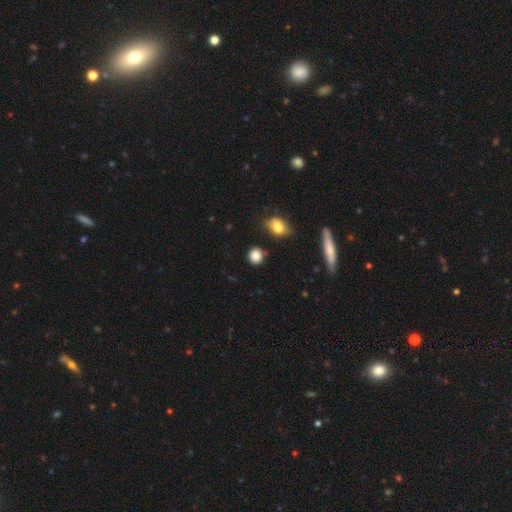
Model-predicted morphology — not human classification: Smooth or featured: smooth — 84% (star or artifact — 11%)
How rounded: round — 85% (in between — 13%)
Merging: none — 81% (minor disturbance — 12%)